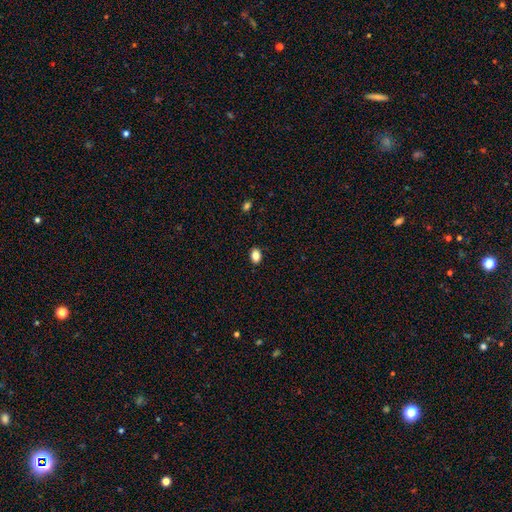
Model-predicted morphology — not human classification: A smooth galaxy with no disk features (86%) that is in between round and cigar-shaped (74%).

Vote fractions:
- Smooth or featured? smooth: 86% / star or artifact: 9% / featured or disk: 5%
- How rounded? in between: 74% / round: 25% / cigar-shaped: 1%
- Merging? none: 90% / minor disturbance: 8% / major disturbance: 2% / merger: 1%